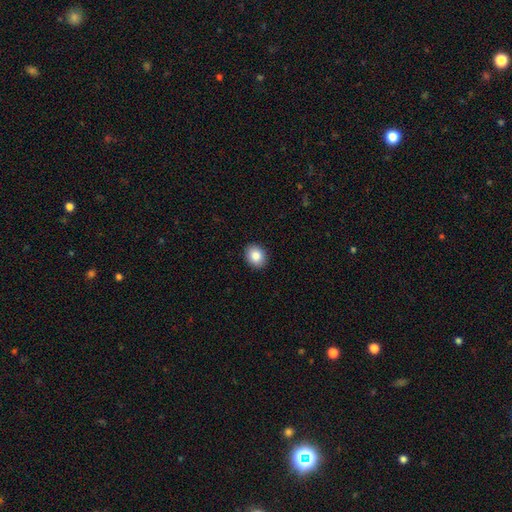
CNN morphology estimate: Smooth or featured?
  - smooth: 86% *
  - star or artifact: 8%
  - featured or disk: 6%
How rounded?
  - round: 59% *
  - in between: 40%
  - cigar-shaped: 1%
Merging?
  - none: 91% *
  - minor disturbance: 6%
  - major disturbance: 2%
  - merger: 1%